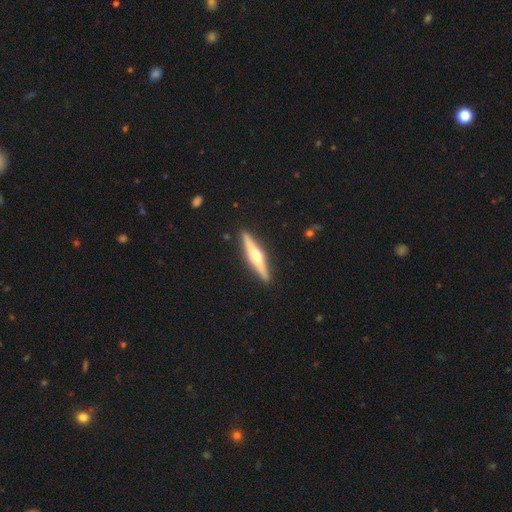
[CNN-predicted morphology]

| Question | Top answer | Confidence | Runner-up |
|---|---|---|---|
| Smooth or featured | featured or disk | 69% | smooth (27%) |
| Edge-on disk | yes | 97% | no (3%) |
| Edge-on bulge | rounded | 93% | boxy (4%) |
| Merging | none | 91% | minor disturbance (7%) |